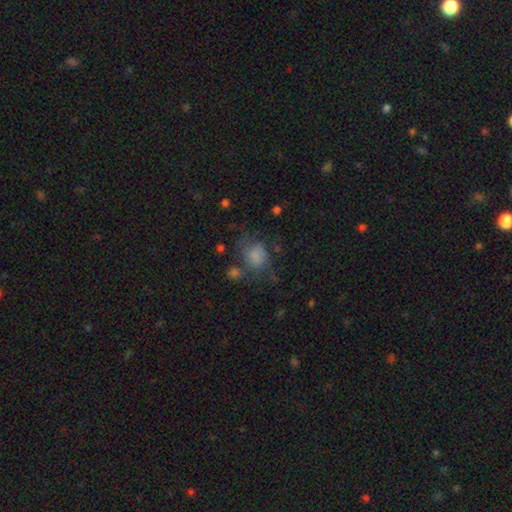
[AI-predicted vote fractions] A smooth galaxy with no disk features (64%) that is round (50%). Merging: none (40%).